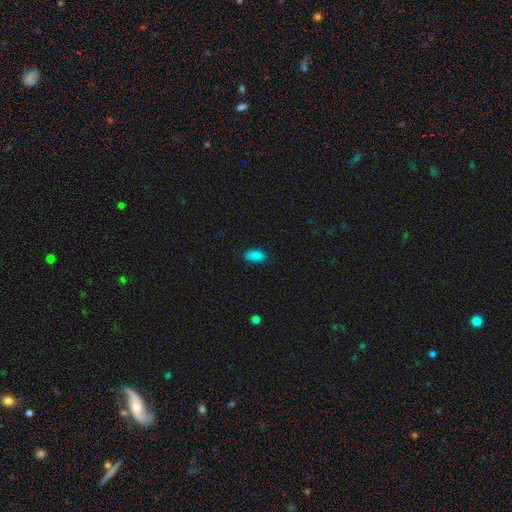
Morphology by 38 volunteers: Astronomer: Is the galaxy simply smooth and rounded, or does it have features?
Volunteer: smooth — 82%.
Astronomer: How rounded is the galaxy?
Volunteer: in between — 97%.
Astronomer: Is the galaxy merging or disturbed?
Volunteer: none — 94%.